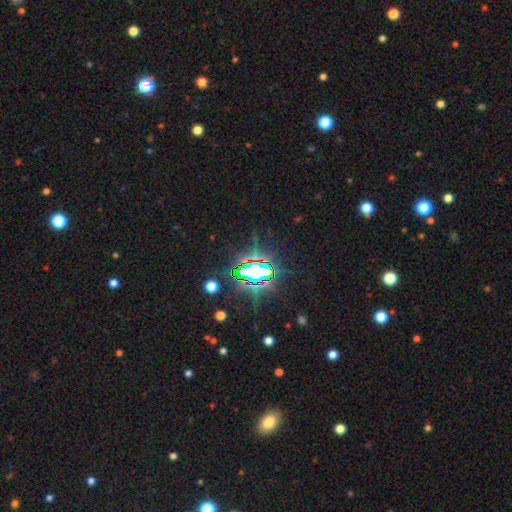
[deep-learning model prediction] Smooth or featured? star or artifact (79%)